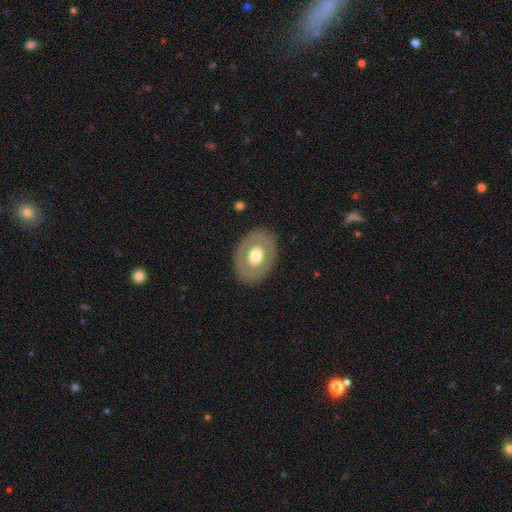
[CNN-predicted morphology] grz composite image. It shows a smooth galaxy with no disk features (48%). Merging: none (84%).